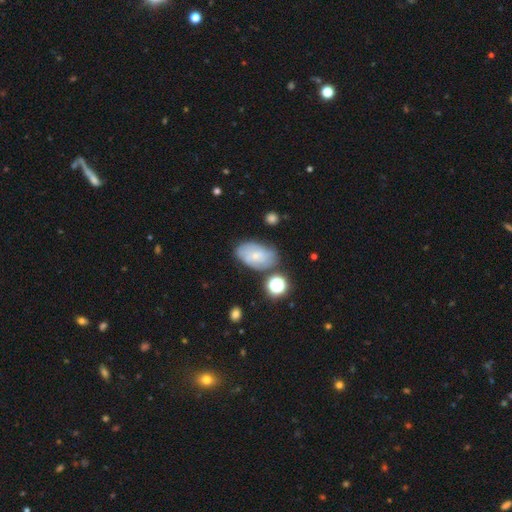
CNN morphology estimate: Q: Smooth or featured?
A: featured or disk (45%); tied with: smooth (45%)
Q: Merging?
A: none (64%); runner-up: minor disturbance (22%)